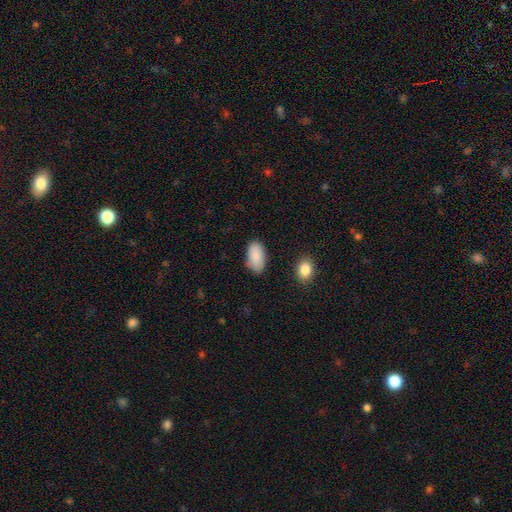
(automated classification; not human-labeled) Morphology: type=smooth (88%); roundness=in between (95%); merging=none (76%).